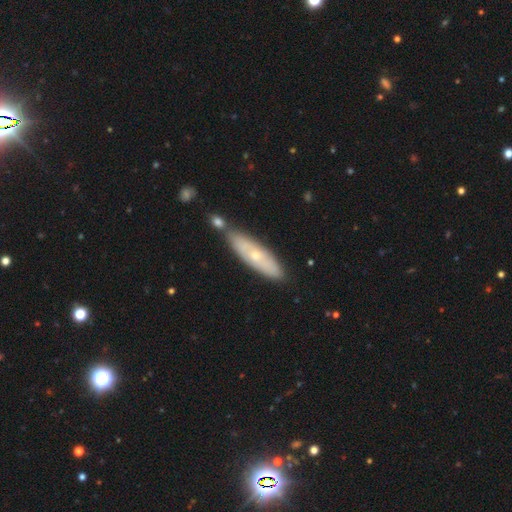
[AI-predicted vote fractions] smooth_or_featured: smooth (p=0.49) [alt: featured or disk p=0.45]
merging: none (p=0.68) [alt: minor disturbance p=0.15]